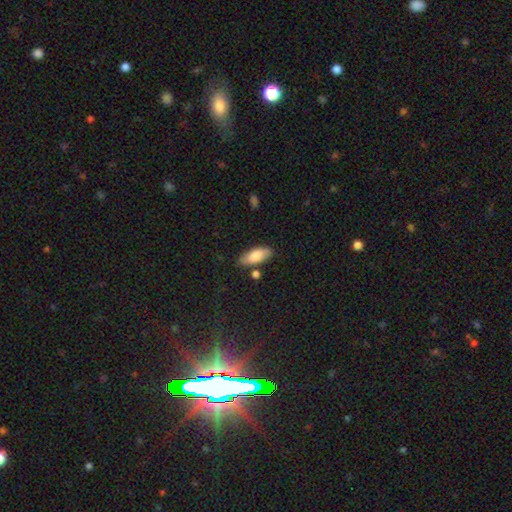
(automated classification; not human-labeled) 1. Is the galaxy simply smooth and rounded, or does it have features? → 80% smooth, 14% featured or disk, 6% star or artifact.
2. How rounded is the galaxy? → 83% in between, 15% cigar-shaped, 2% round.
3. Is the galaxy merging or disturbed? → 79% none, 13% minor disturbance, 5% merger, 3% major disturbance.